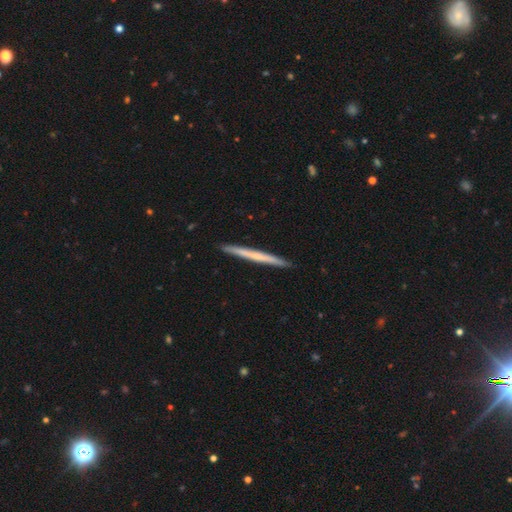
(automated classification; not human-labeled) A featured or disk galaxy (49%).

Vote fractions:
- Smooth or featured? featured or disk: 49% / smooth: 45% / star or artifact: 5%
- Merging? none: 93% / minor disturbance: 5% / major disturbance: 1% / merger: 1%